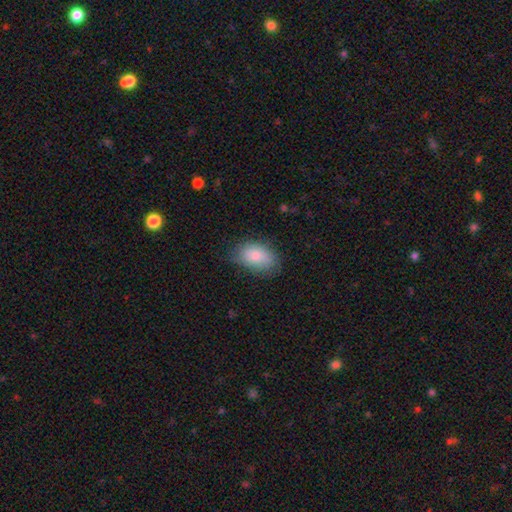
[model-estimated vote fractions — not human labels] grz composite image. It shows a smooth galaxy with no disk features (84%) that is in between round and cigar-shaped (90%). Merging: none (70%).